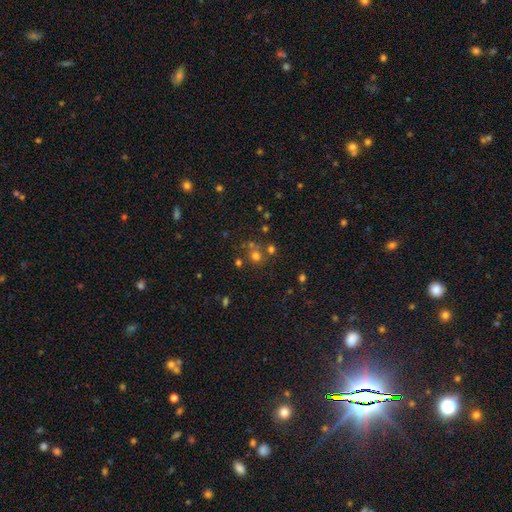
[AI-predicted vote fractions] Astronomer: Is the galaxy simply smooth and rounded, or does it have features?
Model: smooth — 62%.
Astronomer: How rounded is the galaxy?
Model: round — 87%.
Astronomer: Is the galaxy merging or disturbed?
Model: none — 63%.